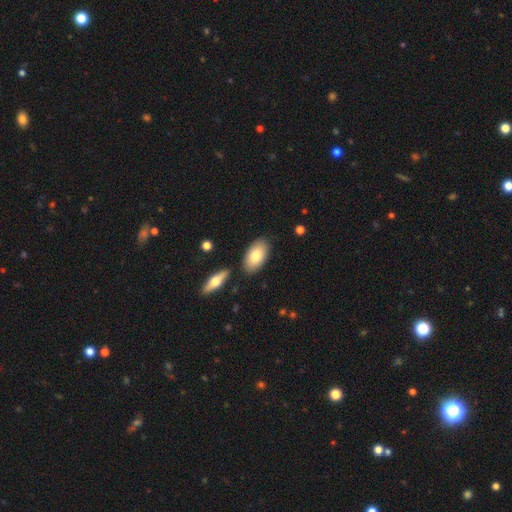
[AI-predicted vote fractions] The model was most divided on "smooth or featured": smooth: 80%, featured or disk: 15%, star or artifact: 6%. More confident: how rounded — in between (94%); merging — none (83%).